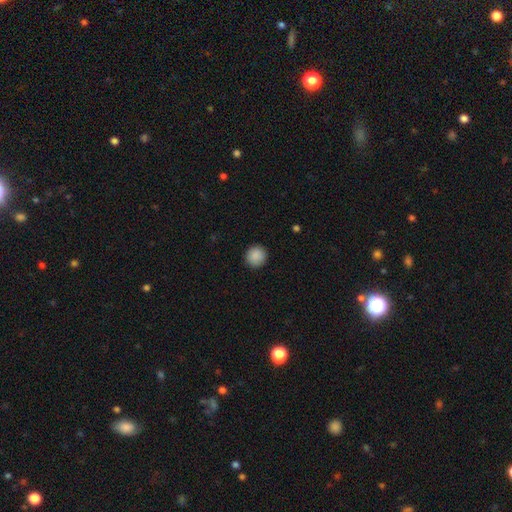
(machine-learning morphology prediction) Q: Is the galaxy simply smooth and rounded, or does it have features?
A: smooth — 89%.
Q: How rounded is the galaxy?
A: round — 93%.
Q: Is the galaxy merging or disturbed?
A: none — 92%.